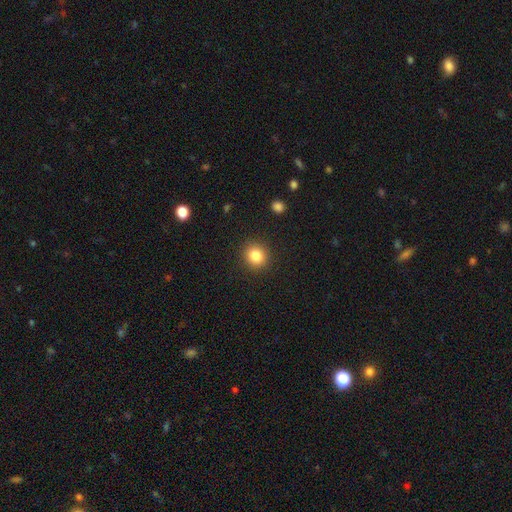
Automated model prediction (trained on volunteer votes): smooth_or_featured: smooth (p=0.83) [alt: star or artifact p=0.11]
how_rounded: round (p=0.85) [alt: in between p=0.14]
merging: none (p=0.90) [alt: minor disturbance p=0.06]